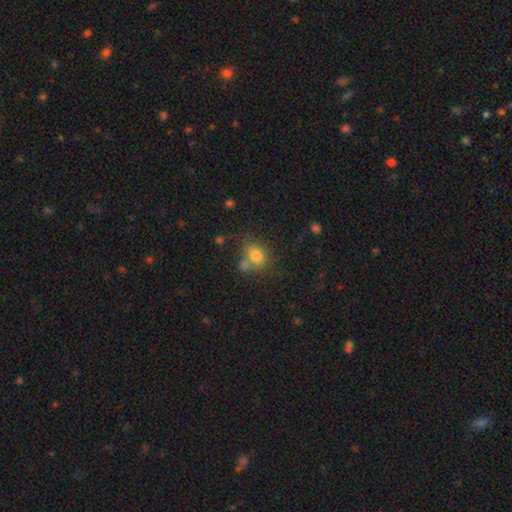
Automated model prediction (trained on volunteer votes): smooth_or_featured: smooth (p=0.78) [alt: star or artifact p=0.12]
how_rounded: round (p=0.55) [alt: in between p=0.44]
merging: none (p=0.54) [alt: merger p=0.25]